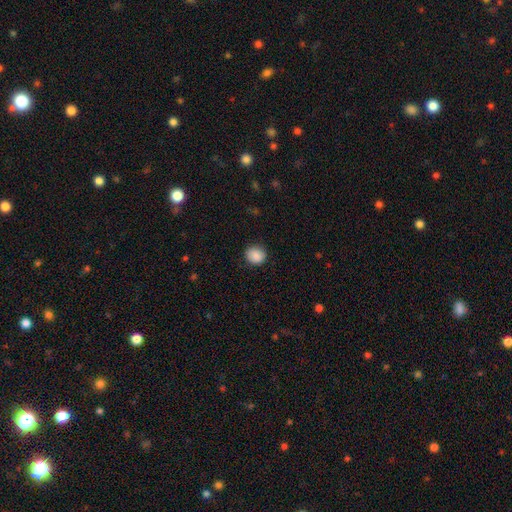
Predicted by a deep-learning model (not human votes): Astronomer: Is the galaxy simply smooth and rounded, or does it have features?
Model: smooth — 88%.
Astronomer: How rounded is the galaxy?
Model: round — 79%.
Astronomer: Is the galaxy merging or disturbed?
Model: none — 86%.